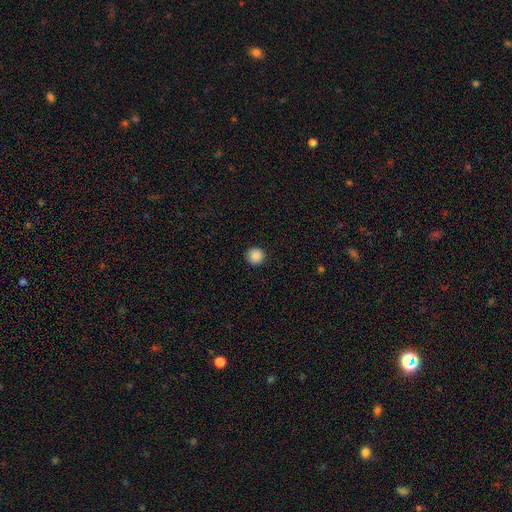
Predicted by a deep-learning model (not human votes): Smooth or featured?
  - smooth: 88% *
  - star or artifact: 9%
  - featured or disk: 3%
How rounded?
  - round: 95% *
  - in between: 4%
  - cigar-shaped: 1%
Merging?
  - none: 93% *
  - minor disturbance: 5%
  - major disturbance: 2%
  - merger: 1%